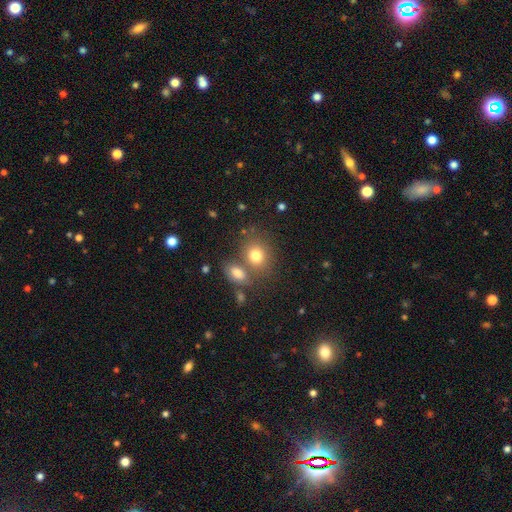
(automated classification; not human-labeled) Q: Smooth or featured?
A: smooth (78%); runner-up: star or artifact (12%)
Q: How rounded?
A: round (58%); runner-up: in between (40%)
Q: Merging?
A: none (56%); runner-up: merger (29%)